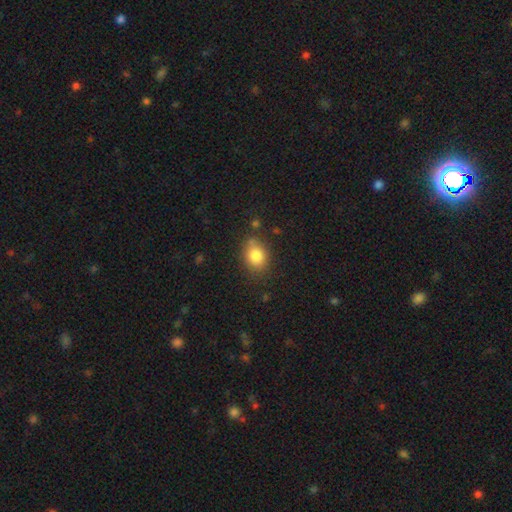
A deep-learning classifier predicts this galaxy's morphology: This appears to be a smooth galaxy with no disk features (83%) that is in between round and cigar-shaped (54%). Merging: none (72%).